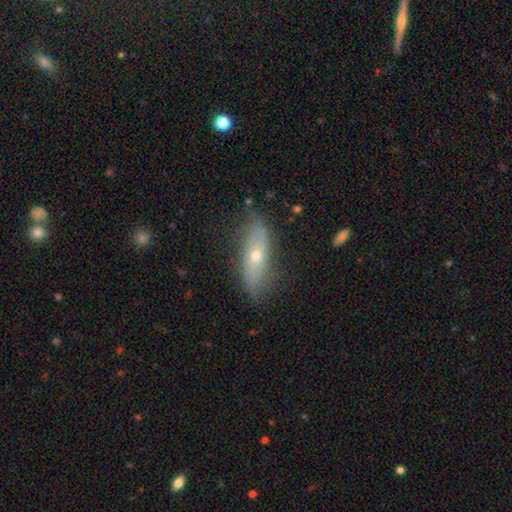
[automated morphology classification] This appears to be a featured or disk galaxy (48%). Merging: none (72%).